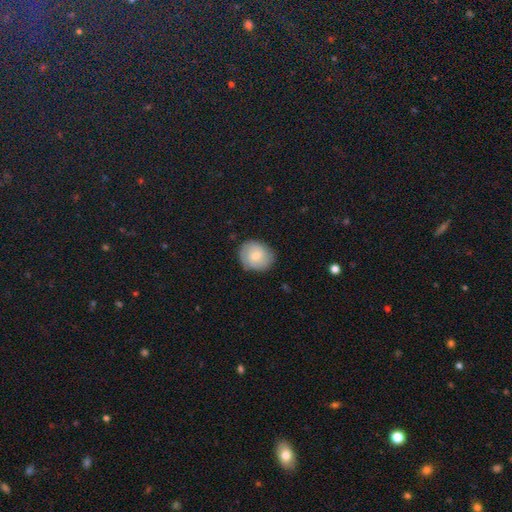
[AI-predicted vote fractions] smooth-or-featured: smooth: 69% | featured or disk: 24% | star or artifact: 7%
  how-rounded: round: 68% | in between: 31% | cigar-shaped: 1%
  merging: none: 79% | minor disturbance: 17% | major disturbance: 3% | merger: 1%